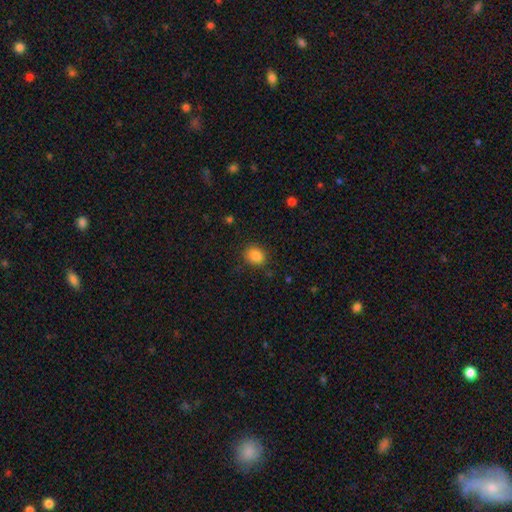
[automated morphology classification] A smooth galaxy with no disk features (85%) that is round (58%). Merging: none (82%).